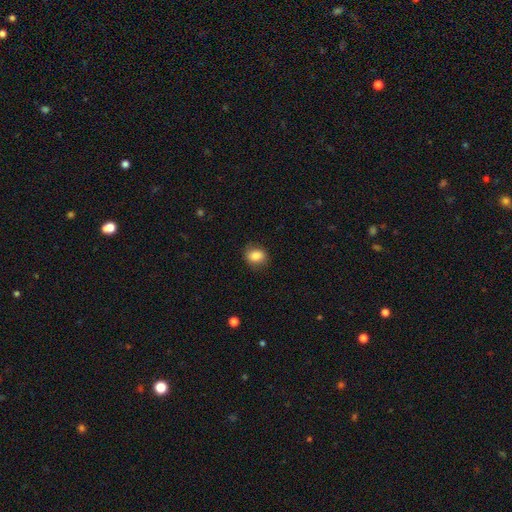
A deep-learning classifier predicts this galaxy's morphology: The model was most divided on "how rounded": round: 52%, in between: 47%, cigar-shaped: 1%. More confident: smooth or featured — smooth (85%); merging — none (82%).